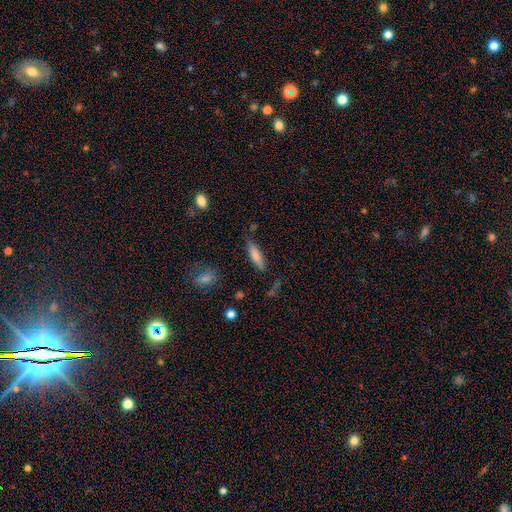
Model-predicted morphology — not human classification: Overall: smooth (74%). How rounded: cigar-shaped (65%; in between 33%). Merging: none (76%).